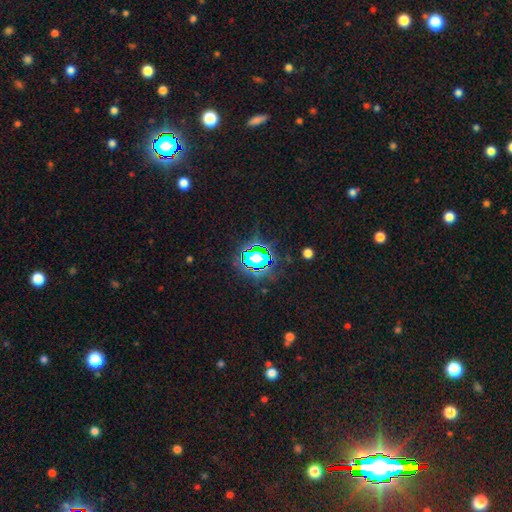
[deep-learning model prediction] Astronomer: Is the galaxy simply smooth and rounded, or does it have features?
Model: star or artifact — 66%.